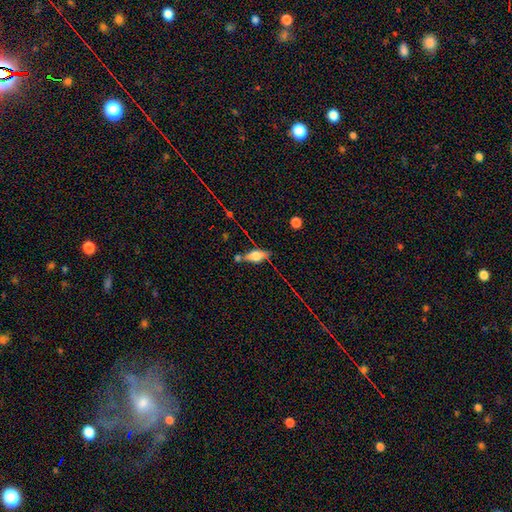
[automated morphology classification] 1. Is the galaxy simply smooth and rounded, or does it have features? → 46% featured or disk, 43% smooth, 10% star or artifact.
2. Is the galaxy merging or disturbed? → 64% none, 19% minor disturbance, 11% merger, 6% major disturbance.